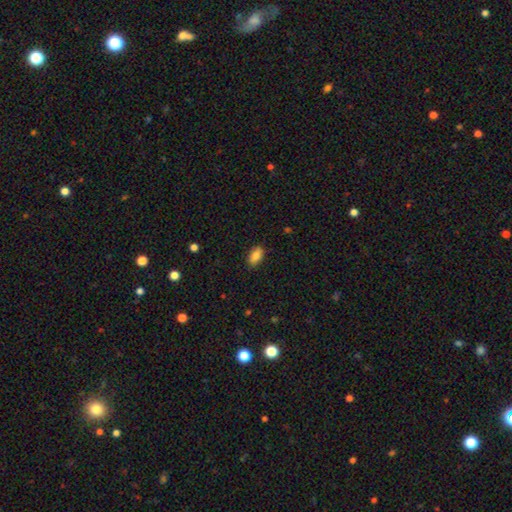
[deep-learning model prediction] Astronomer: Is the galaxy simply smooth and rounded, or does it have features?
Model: smooth — 84%.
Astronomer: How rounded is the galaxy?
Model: in between — 92%.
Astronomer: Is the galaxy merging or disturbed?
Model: none — 87%.